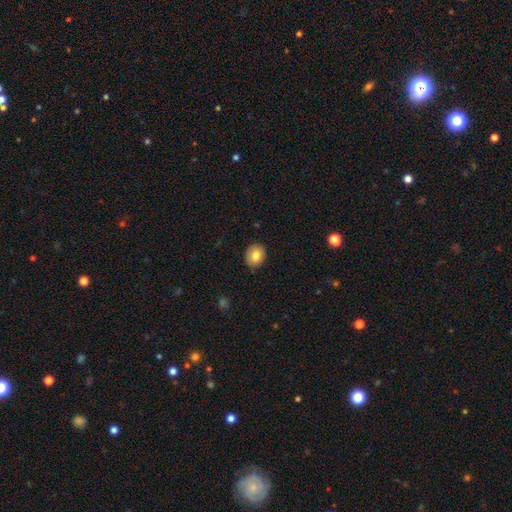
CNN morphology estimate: A smooth galaxy with no disk features (78%) that is round (57%).

Vote fractions:
- Smooth or featured? smooth: 78% / featured or disk: 13% / star or artifact: 8%
- How rounded? round: 57% / in between: 42% / cigar-shaped: 1%
- Merging? none: 86% / minor disturbance: 11% / major disturbance: 2% / merger: 1%